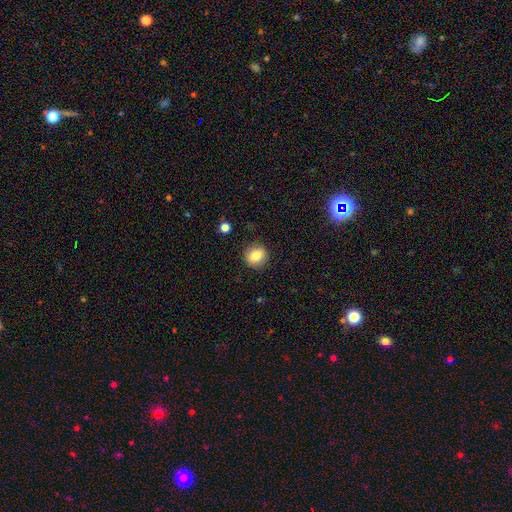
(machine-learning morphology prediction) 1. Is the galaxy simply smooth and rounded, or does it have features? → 83% smooth, 10% star or artifact, 8% featured or disk.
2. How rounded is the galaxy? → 84% round, 15% in between, 1% cigar-shaped.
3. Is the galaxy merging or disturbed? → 89% none, 8% minor disturbance, 2% major disturbance, 1% merger.